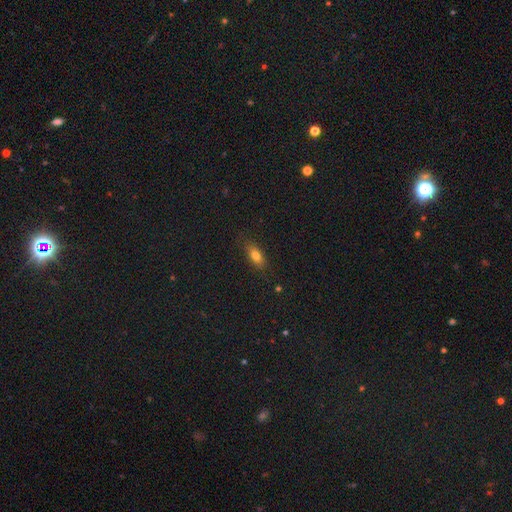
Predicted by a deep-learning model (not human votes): Smooth or featured? smooth (77%)
How rounded? in between (79%)
Merging? none (82%)